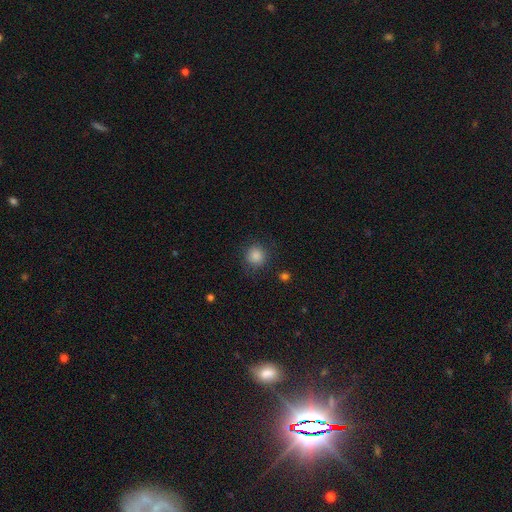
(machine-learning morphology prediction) A smooth galaxy with no disk features (84%) that is round (92%). Merging: none (85%).